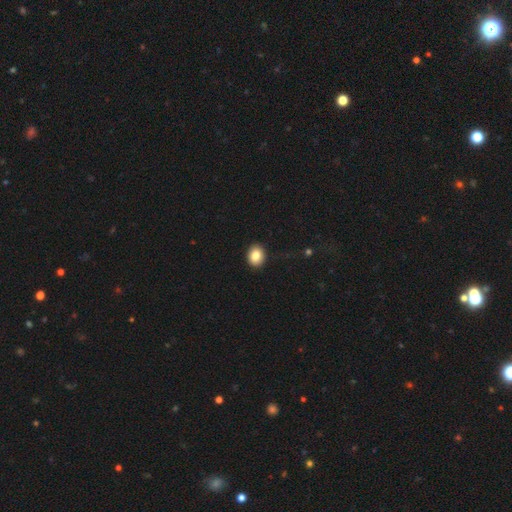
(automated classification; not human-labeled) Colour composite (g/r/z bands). It shows a smooth galaxy with no disk features (85%) that is in between round and cigar-shaped (52%). Merging: none (91%).